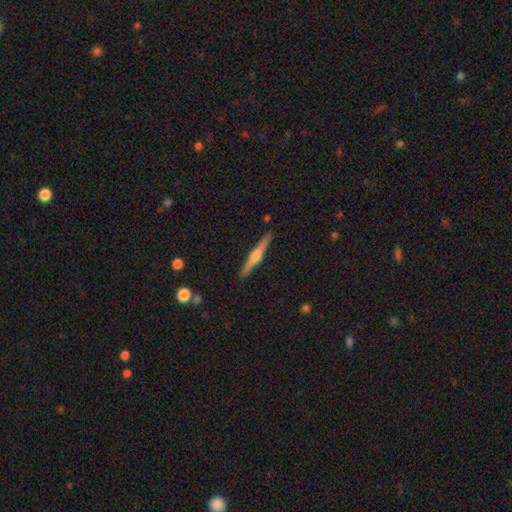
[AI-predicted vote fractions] A featured or disk galaxy (73%) viewed edge-on (98%) with a rounded central bulge (90%).

Vote fractions:
- Smooth or featured? featured or disk: 73% / smooth: 22% / star or artifact: 6%
- Edge-on disk? yes: 98% / no: 2%
- Edge-on bulge? rounded: 90% / boxy: 7% / none: 4%
- Merging? none: 91% / minor disturbance: 7% / major disturbance: 1% / merger: 1%